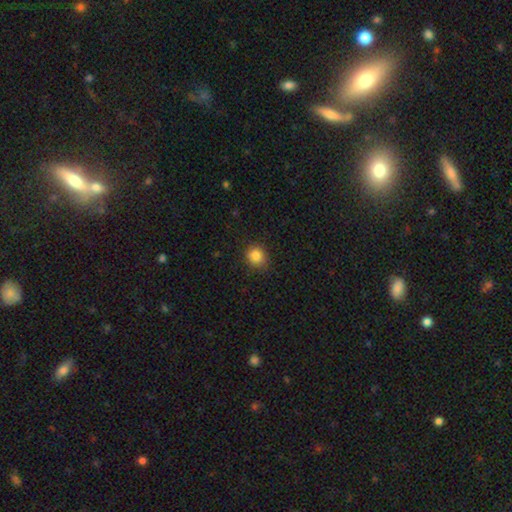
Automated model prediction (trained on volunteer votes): A smooth galaxy with no disk features (85%) that is round (81%). Merging: none (84%).